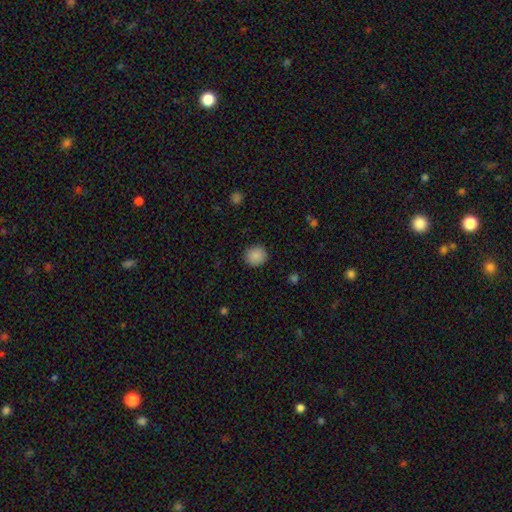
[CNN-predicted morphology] type=smooth (89%); roundness=round (87%); merging=none (90%).